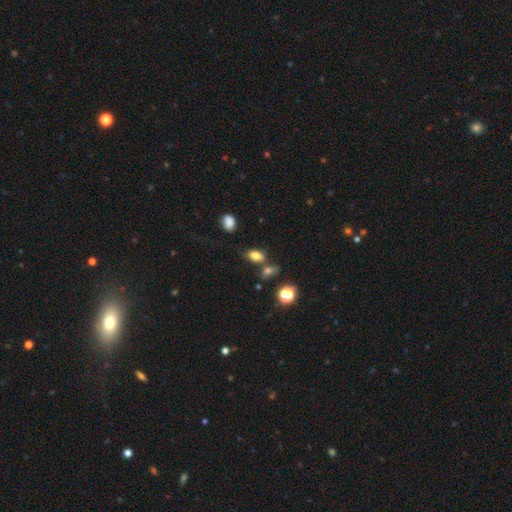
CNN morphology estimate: type=smooth (81%); roundness=in between (86%); merging=none (61%).